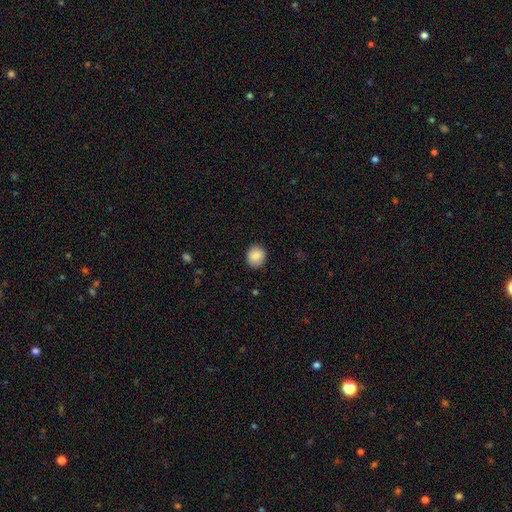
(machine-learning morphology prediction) Smooth or featured? Predicted: smooth (p=0.88). How rounded? Predicted: round (p=0.80). Merging? Predicted: none (p=0.89).